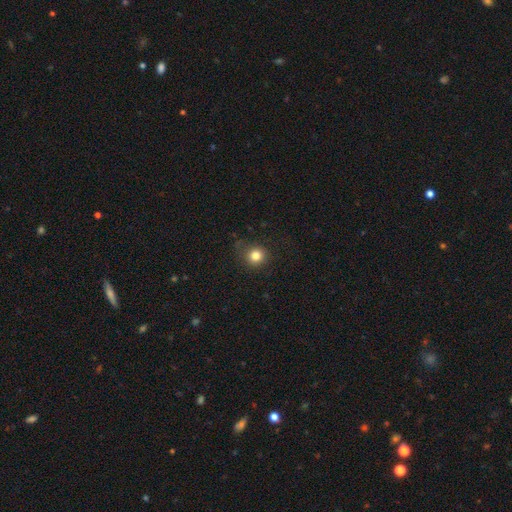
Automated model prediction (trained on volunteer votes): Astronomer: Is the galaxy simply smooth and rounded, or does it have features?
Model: smooth — 82%.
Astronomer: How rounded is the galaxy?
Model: round — 91%.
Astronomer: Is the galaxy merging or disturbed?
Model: none — 81%.